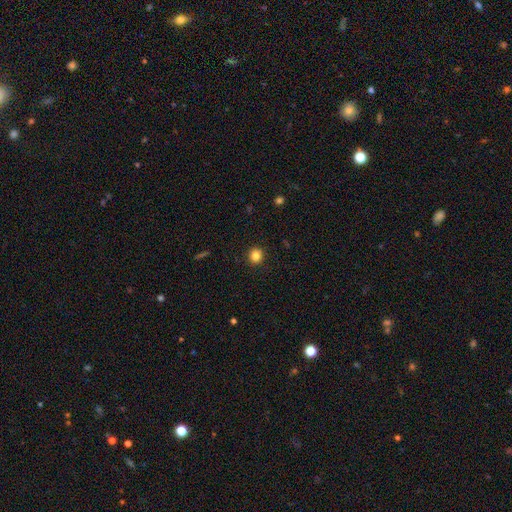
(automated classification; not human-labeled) smooth-or-featured: smooth: 83% | star or artifact: 12% | featured or disk: 5%
  how-rounded: round: 91% | in between: 8% | cigar-shaped: 1%
  merging: none: 92% | minor disturbance: 6% | major disturbance: 2% | merger: 1%